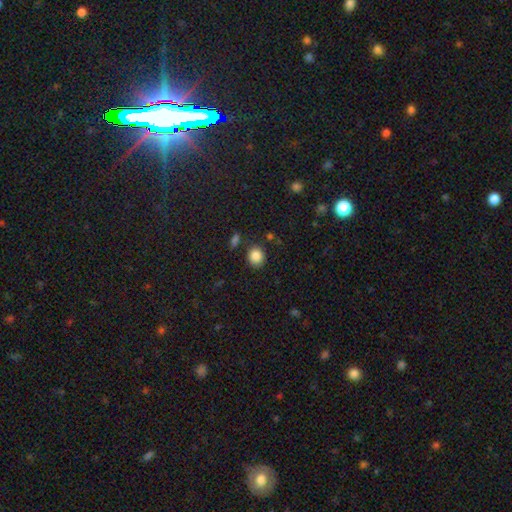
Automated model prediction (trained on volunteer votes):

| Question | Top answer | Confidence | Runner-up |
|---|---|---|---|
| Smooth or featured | smooth | 86% | star or artifact (9%) |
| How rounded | round | 76% | in between (23%) |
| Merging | none | 83% | minor disturbance (10%) |